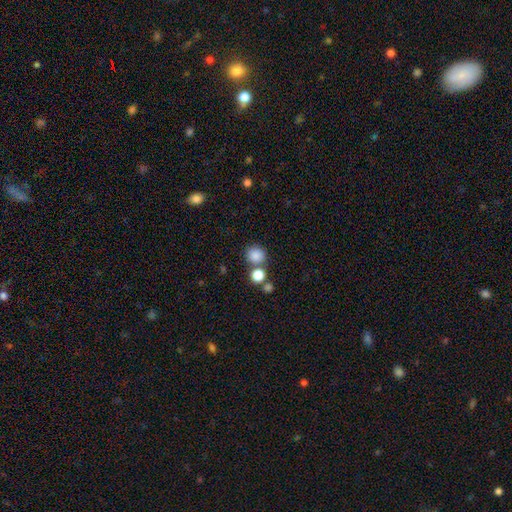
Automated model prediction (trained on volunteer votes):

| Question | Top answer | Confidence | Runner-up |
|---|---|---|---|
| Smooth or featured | smooth | 84% | star or artifact (11%) |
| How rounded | round | 86% | in between (13%) |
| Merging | none | 68% | merger (20%) |